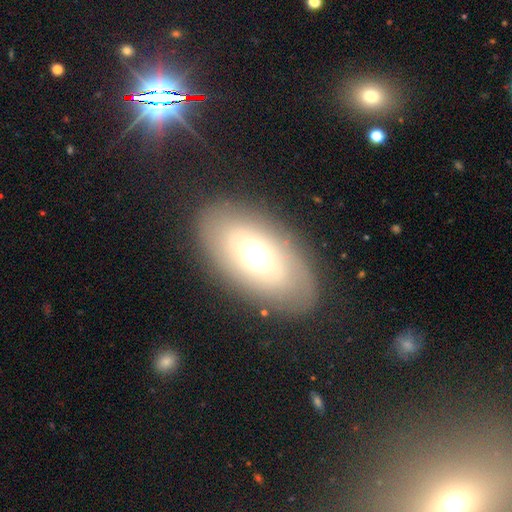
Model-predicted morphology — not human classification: The model was most divided on "smooth or featured": smooth: 46%, featured or disk: 45%, star or artifact: 9%. More confident: merging — none (78%).